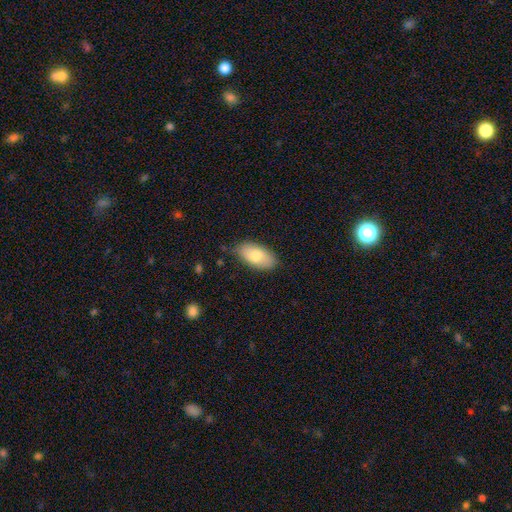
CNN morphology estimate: Smooth or featured? smooth (74%)
How rounded? in between (94%)
Merging? none (80%)